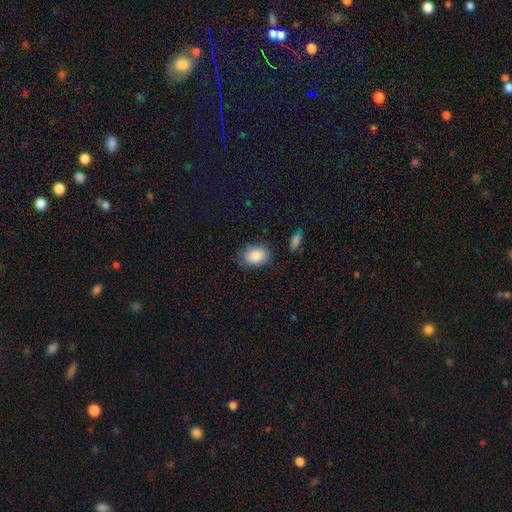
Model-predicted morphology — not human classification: A smooth galaxy with no disk features (86%) that is in between round and cigar-shaped (68%).

Vote fractions:
- Smooth or featured? smooth: 86% / star or artifact: 8% / featured or disk: 6%
- How rounded? in between: 68% / round: 31% / cigar-shaped: 1%
- Merging? none: 76% / minor disturbance: 17% / major disturbance: 4% / merger: 3%